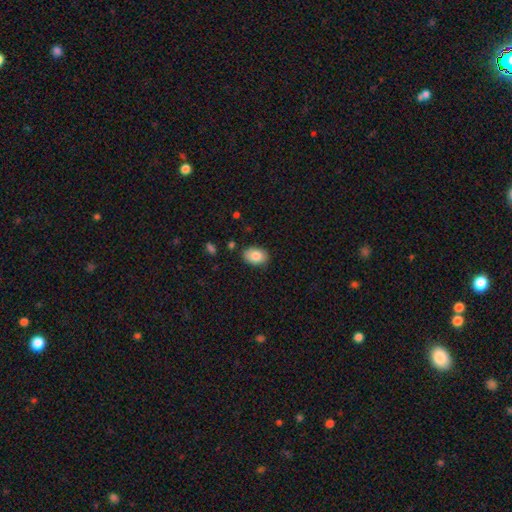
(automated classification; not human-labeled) smooth 84%, featured or disk 9%, star or artifact 7%. Down the decision tree: how rounded — in between (85%); merging — none (86%).